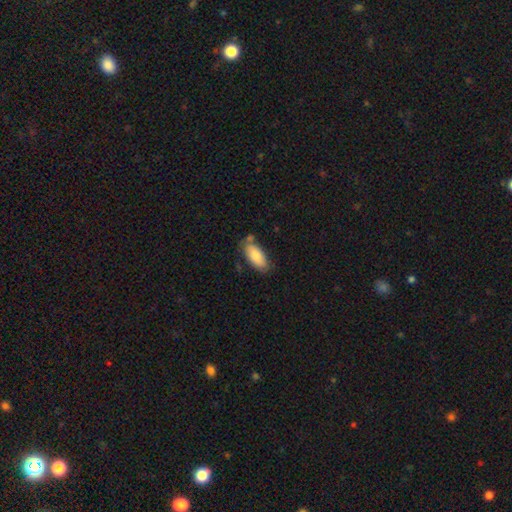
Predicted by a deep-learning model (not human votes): Smooth or featured? Predicted: smooth (p=0.79). How rounded? Predicted: in between (p=0.89). Merging? Predicted: none (p=0.66).